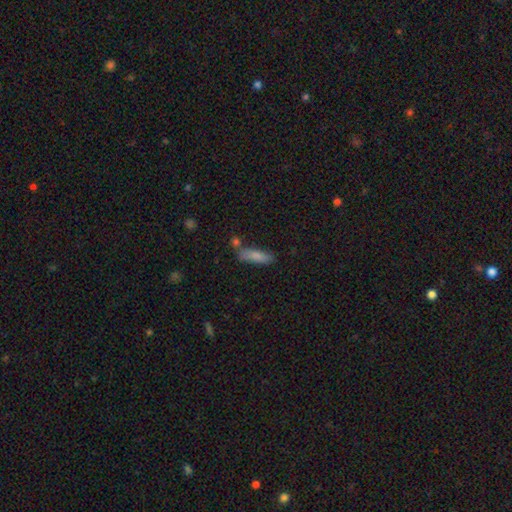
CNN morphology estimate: The model was most divided on "how rounded": cigar-shaped: 62%, in between: 36%, round: 2%. More confident: smooth or featured — smooth (81%); merging — none (69%).